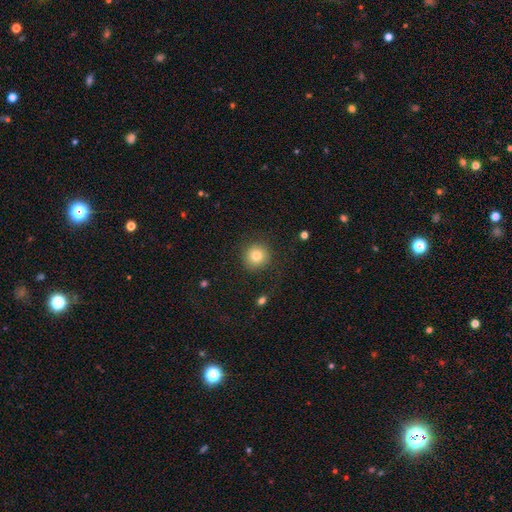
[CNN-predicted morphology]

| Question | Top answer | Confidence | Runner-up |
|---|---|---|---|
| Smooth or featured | smooth | 80% | star or artifact (11%) |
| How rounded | round | 93% | in between (6%) |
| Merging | none | 89% | minor disturbance (7%) |